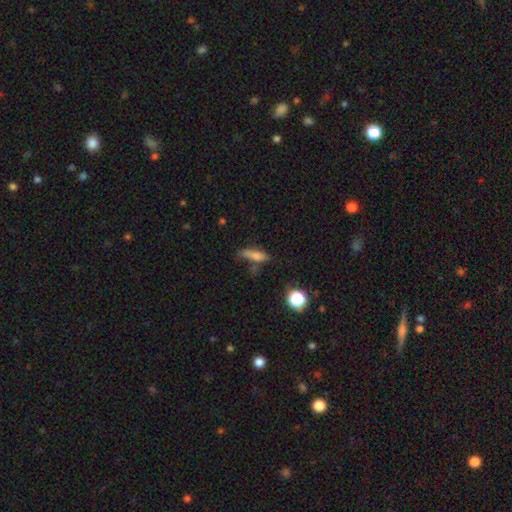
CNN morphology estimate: Smooth or featured? Predicted: smooth (p=0.72). How rounded? Predicted: cigar-shaped (p=0.60). Merging? Predicted: none (p=0.54).